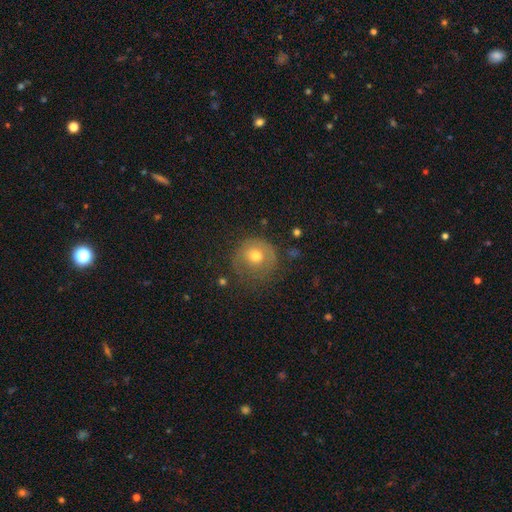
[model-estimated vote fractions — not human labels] Smooth or featured? Predicted: smooth (p=0.58). How rounded? Predicted: round (p=0.89). Merging? Predicted: none (p=0.61).